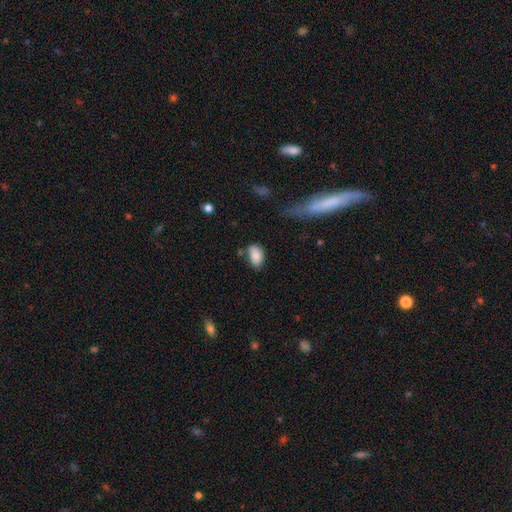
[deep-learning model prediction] Smooth or featured? Predicted: smooth (p=0.83). How rounded? Predicted: in between (p=0.90). Merging? Predicted: none (p=0.65).